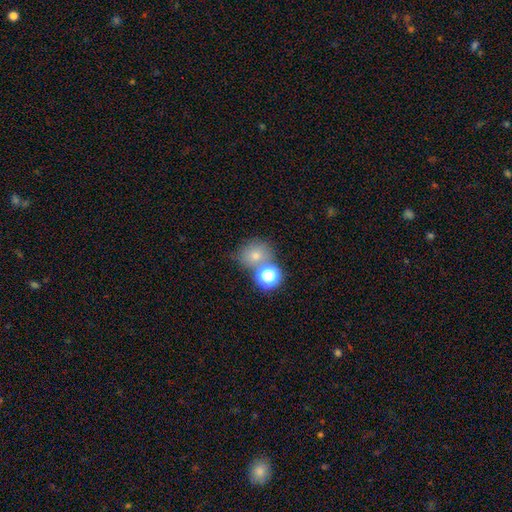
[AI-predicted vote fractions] The model was most divided on "merging": none: 57%, merger: 27%, minor disturbance: 12%, major disturbance: 5%. More confident: how rounded — round (71%); smooth or featured — smooth (71%).